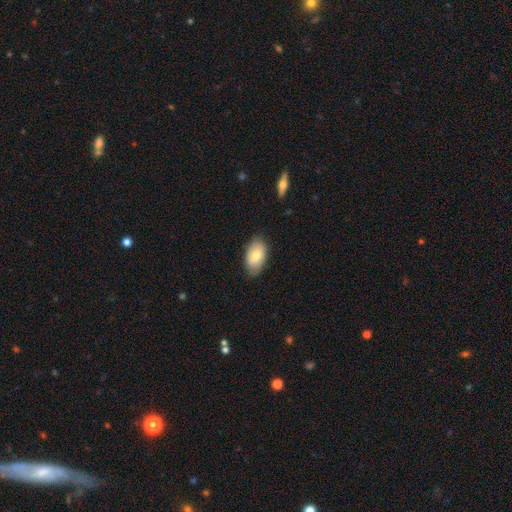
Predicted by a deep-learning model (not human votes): Q: Smooth or featured?
A: smooth (74%); runner-up: featured or disk (20%)
Q: How rounded?
A: in between (93%); runner-up: round (5%)
Q: Merging?
A: none (79%); runner-up: minor disturbance (17%)